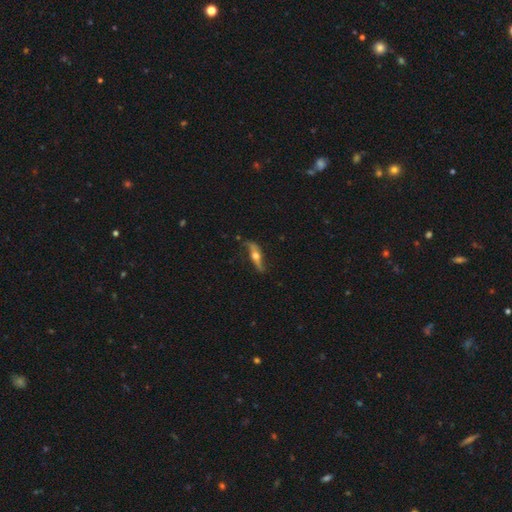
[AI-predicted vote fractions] A featured or disk galaxy (71%) viewed edge-on (68%). Merging: none (70%).